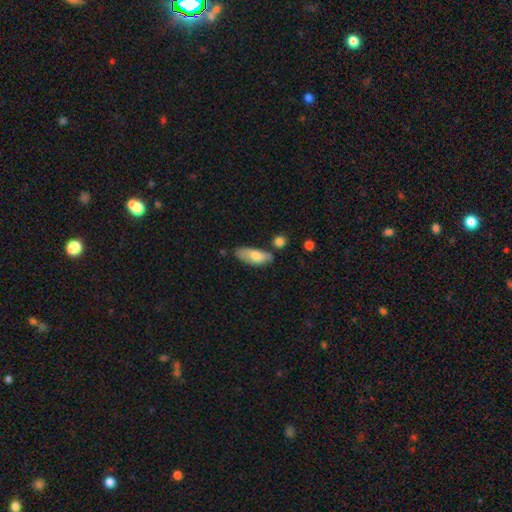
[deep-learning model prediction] Morphology: type=smooth (71%); roundness=in between (75%); merging=none (59%).